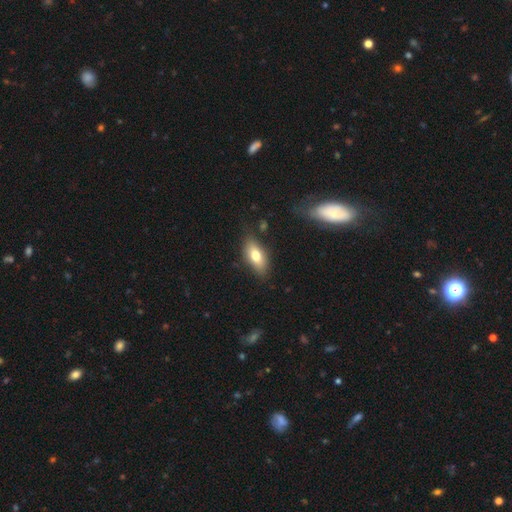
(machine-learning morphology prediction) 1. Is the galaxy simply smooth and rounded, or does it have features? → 72% smooth, 21% featured or disk, 7% star or artifact.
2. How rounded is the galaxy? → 85% in between, 11% cigar-shaped, 4% round.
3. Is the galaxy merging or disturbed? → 78% none, 16% minor disturbance, 4% major disturbance, 2% merger.